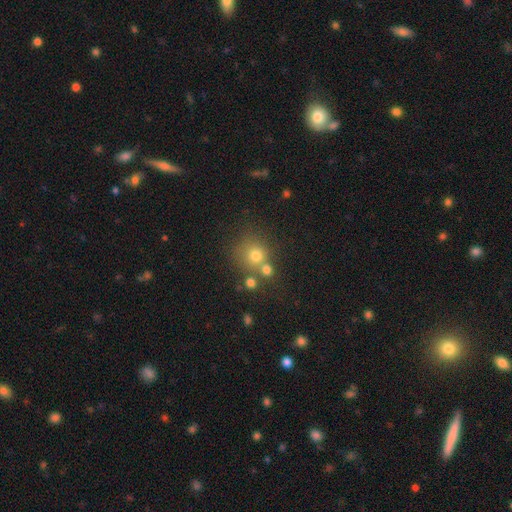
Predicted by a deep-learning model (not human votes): Smooth or featured? Predicted: smooth (p=0.69). How rounded? Predicted: round (p=0.88). Merging? Predicted: none (p=0.59).